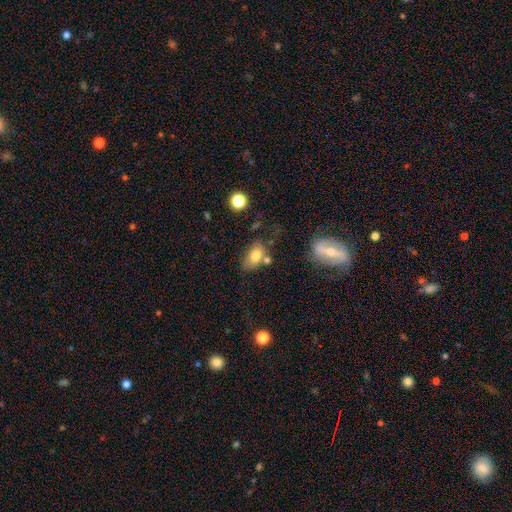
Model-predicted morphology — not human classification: A smooth galaxy with no disk features (77%) that is in between round and cigar-shaped (87%). Merging: none (59%).